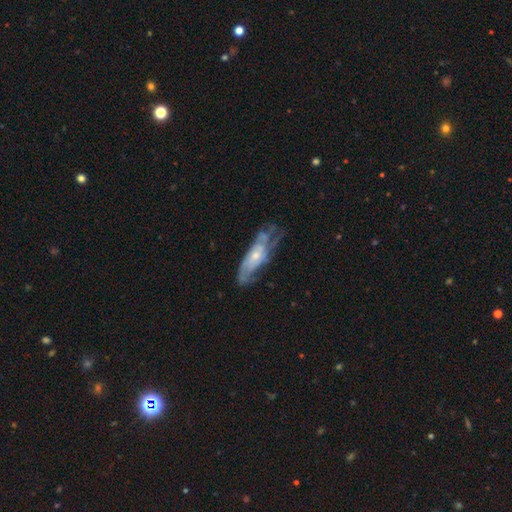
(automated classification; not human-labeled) Smooth or featured? Predicted: featured or disk (p=0.69). Edge-on disk? Predicted: no (p=0.84). Bar? Predicted: no (p=0.74). Spiral arms? Predicted: yes (p=0.78). Bulge size? Predicted: small (p=0.55). Merging? Predicted: none (p=0.46).